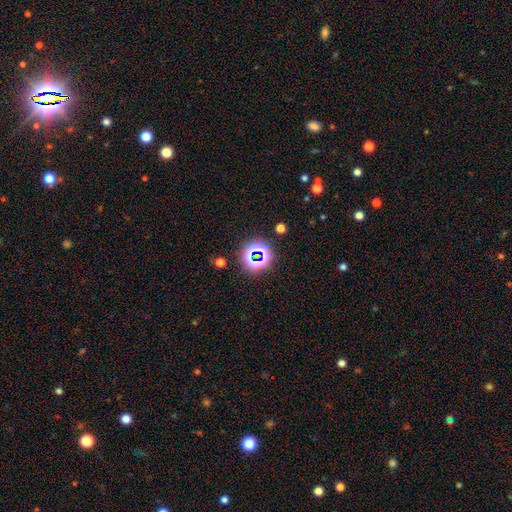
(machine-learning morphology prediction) Smooth or featured: star or artifact — 64% (smooth — 26%)